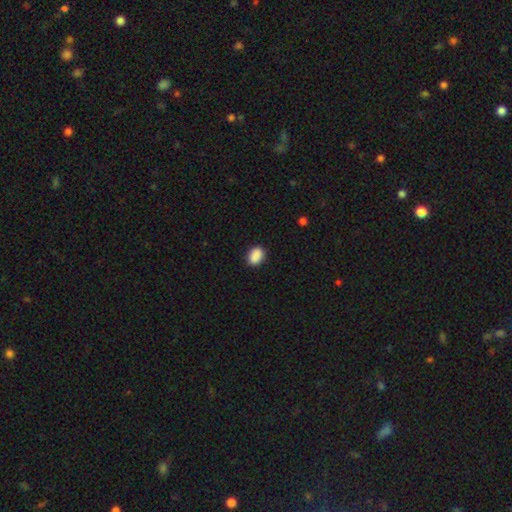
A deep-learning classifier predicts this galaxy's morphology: Q: Smooth or featured?
A: smooth (90%); runner-up: star or artifact (8%)
Q: How rounded?
A: in between (82%); runner-up: round (17%)
Q: Merging?
A: none (88%); runner-up: minor disturbance (9%)